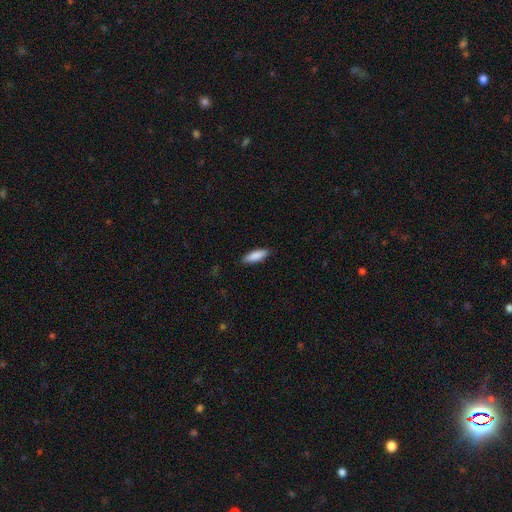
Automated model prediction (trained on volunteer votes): A smooth galaxy with no disk features (88%) that is in between round and cigar-shaped (56%).

Vote fractions:
- Smooth or featured? smooth: 88% / featured or disk: 6% / star or artifact: 6%
- How rounded? in between: 56% / cigar-shaped: 42% / round: 2%
- Merging? none: 88% / minor disturbance: 9% / major disturbance: 2% / merger: 1%